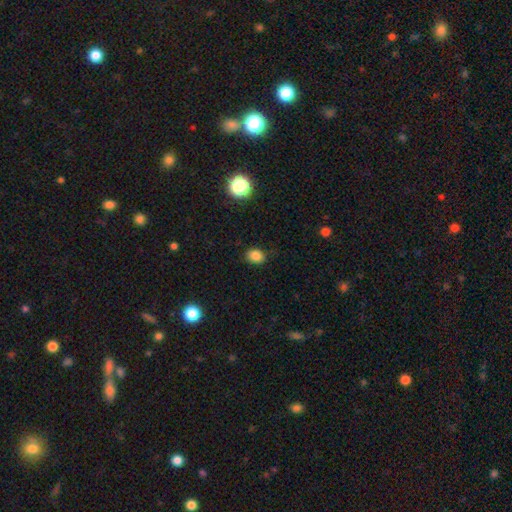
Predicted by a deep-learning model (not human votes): Morphology: type=smooth (83%); roundness=round (52%); merging=none (81%).